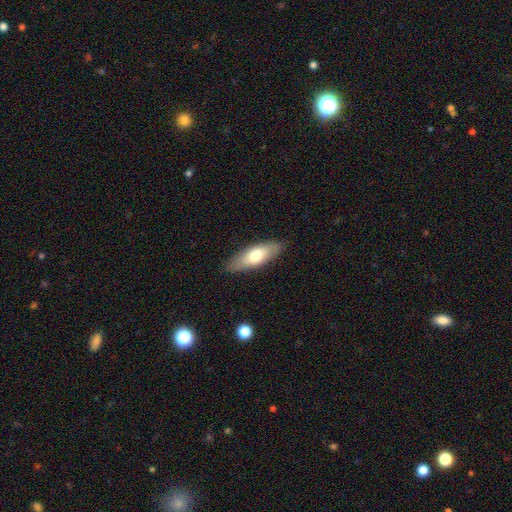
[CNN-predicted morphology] Q: Smooth or featured?
A: smooth (65%); runner-up: featured or disk (29%)
Q: How rounded?
A: in between (62%); runner-up: cigar-shaped (35%)
Q: Merging?
A: none (86%); runner-up: minor disturbance (11%)